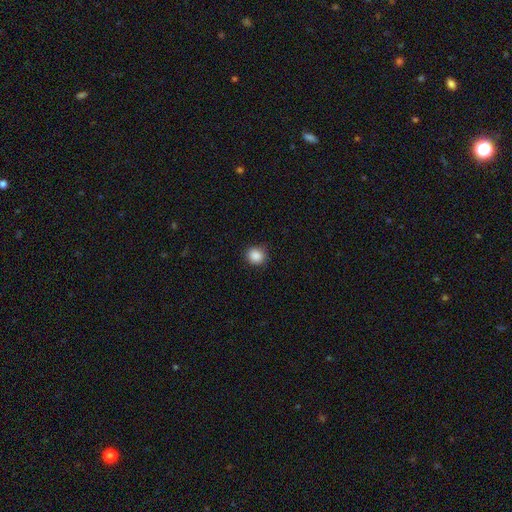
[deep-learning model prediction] smooth 88%, star or artifact 10%, featured or disk 3%. Down the decision tree: how rounded — round (85%); merging — none (87%).